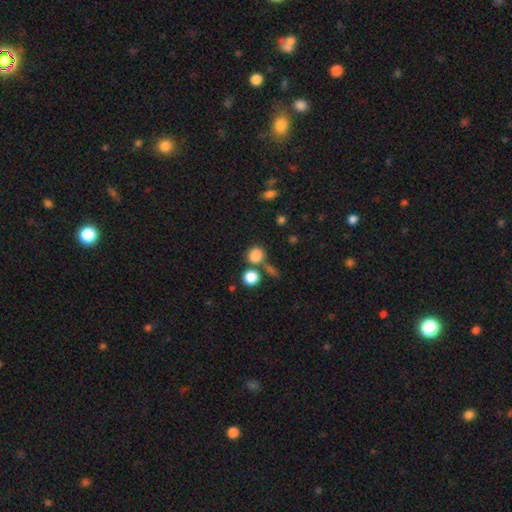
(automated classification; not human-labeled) This appears to be a smooth galaxy with no disk features (83%) that is round (76%). Merging: none (60%).